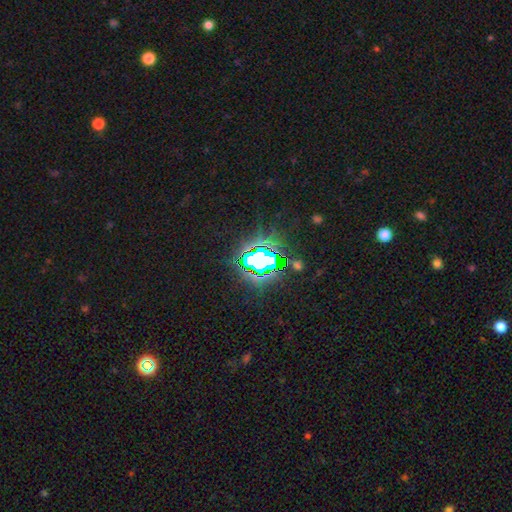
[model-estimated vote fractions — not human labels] Smooth or featured? Predicted: star or artifact (p=0.80).